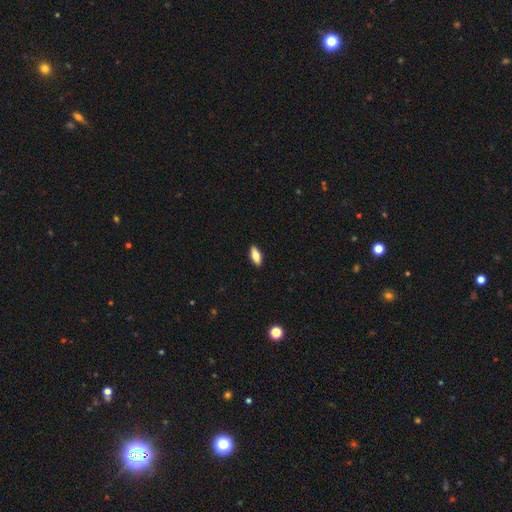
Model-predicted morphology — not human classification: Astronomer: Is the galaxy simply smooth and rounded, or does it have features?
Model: smooth — 70%.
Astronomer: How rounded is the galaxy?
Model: in between — 77%.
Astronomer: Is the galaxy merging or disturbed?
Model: none — 90%.